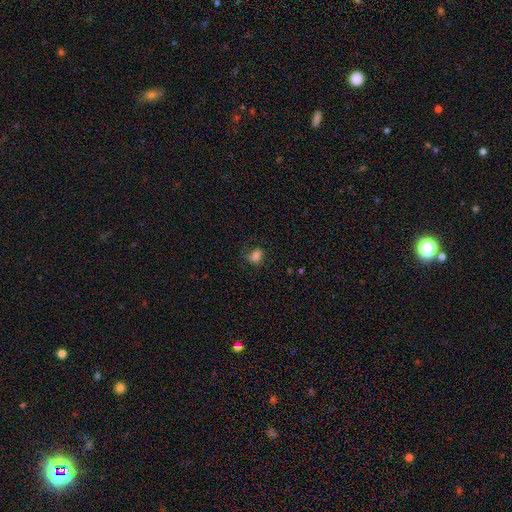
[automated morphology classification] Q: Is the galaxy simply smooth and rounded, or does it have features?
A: smooth — 71%.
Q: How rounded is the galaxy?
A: in between — 68%.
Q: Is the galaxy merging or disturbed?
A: none — 47%.